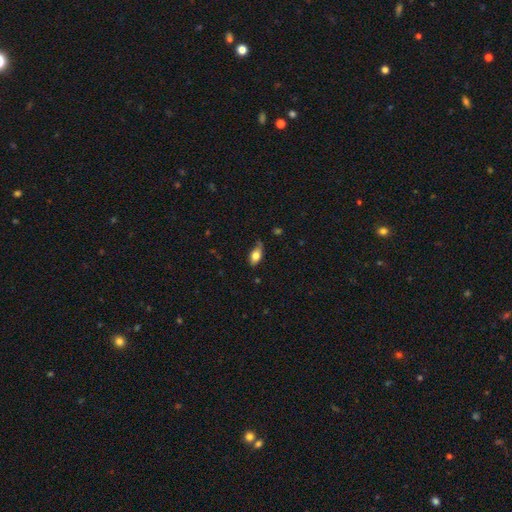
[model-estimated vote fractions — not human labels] The model was most divided on "merging": none: 62%, minor disturbance: 29%, major disturbance: 6%, merger: 2%. More confident: how rounded — in between (87%); smooth or featured — smooth (74%).